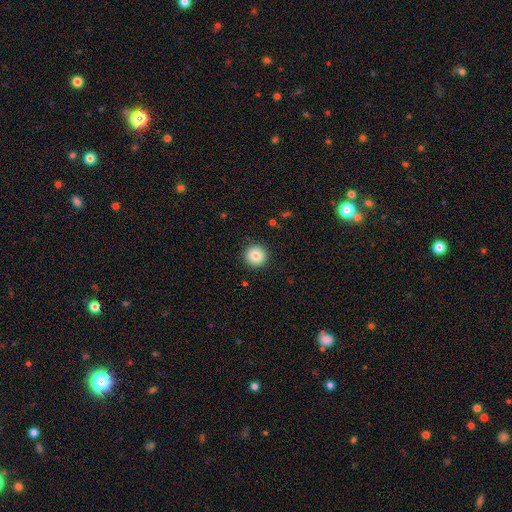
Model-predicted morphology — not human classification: Overall: smooth (85%). How rounded: round (94%). Merging: none (91%).